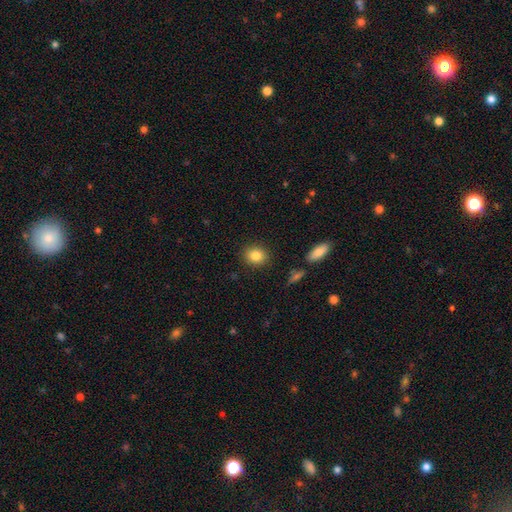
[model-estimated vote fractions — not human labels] Smooth or featured? smooth (83%)
How rounded? round (71%)
Merging? none (89%)